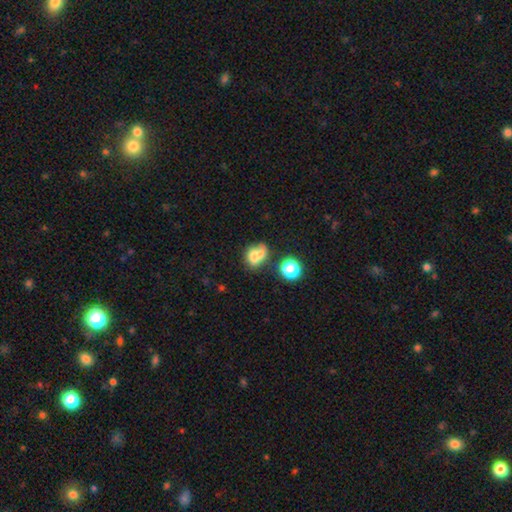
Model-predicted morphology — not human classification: A smooth galaxy with no disk features (65%) that is in between round and cigar-shaped (55%). Merging: merger (44%).